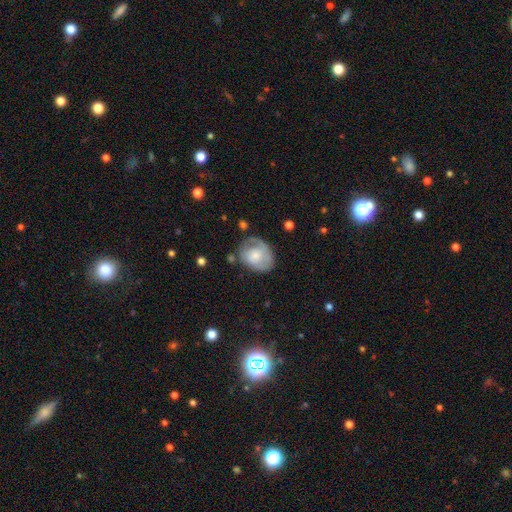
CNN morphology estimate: Smooth or featured? featured or disk (53%)
Edge-on disk? no (97%)
Bar? no (73%)
Spiral arms? yes (74%)
Bulge size? small (44%)
Merging? none (55%)